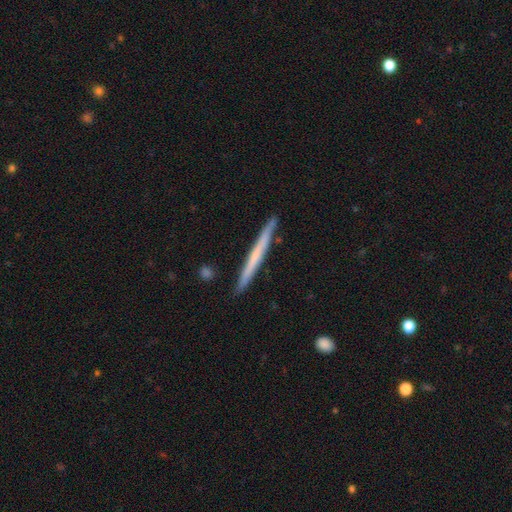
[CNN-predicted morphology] Q: Smooth or featured?
A: smooth (48%); runner-up: featured or disk (47%)
Q: Merging?
A: none (90%); runner-up: minor disturbance (7%)